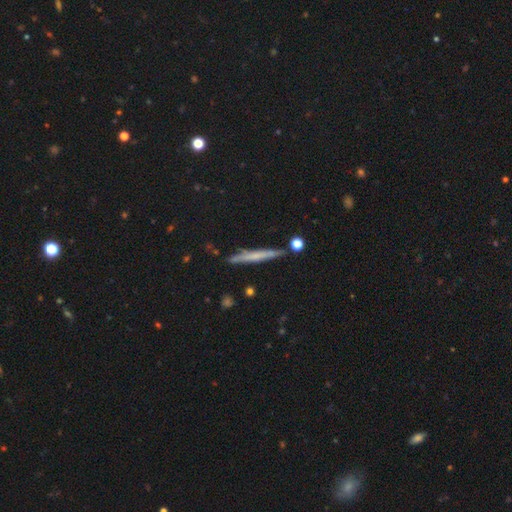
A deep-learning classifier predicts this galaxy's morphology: Q: Smooth or featured?
A: smooth (46%); tied with: featured or disk (46%)
Q: Merging?
A: none (84%); runner-up: minor disturbance (11%)